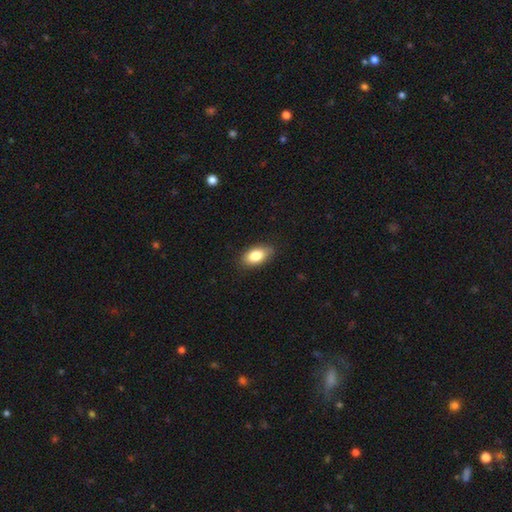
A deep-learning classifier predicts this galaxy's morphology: Smooth or featured?
  - smooth: 83% *
  - featured or disk: 9%
  - star or artifact: 7%
How rounded?
  - in between: 90% *
  - round: 6%
  - cigar-shaped: 4%
Merging?
  - none: 84% *
  - minor disturbance: 13%
  - major disturbance: 2%
  - merger: 1%